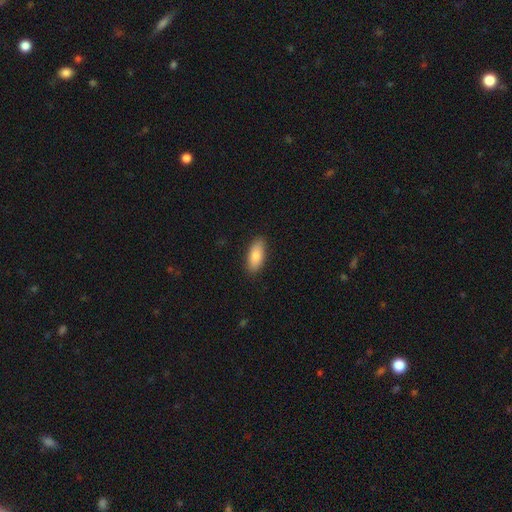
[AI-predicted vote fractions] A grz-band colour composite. It shows a smooth galaxy with no disk features (83%) that is in between round and cigar-shaped (84%). Merging: none (88%).